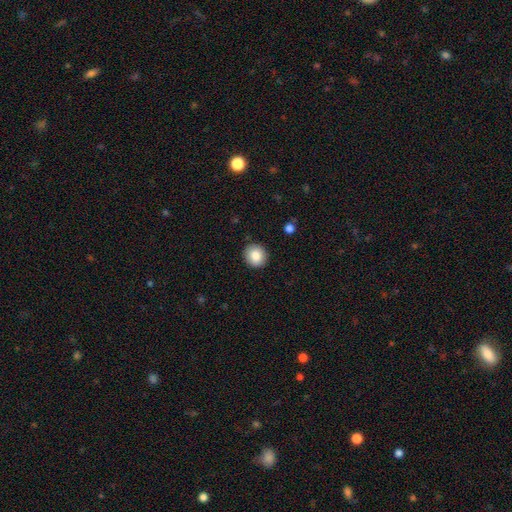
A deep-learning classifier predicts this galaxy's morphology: This appears to be a smooth galaxy with no disk features (85%) that is round (86%). Merging: none (91%).